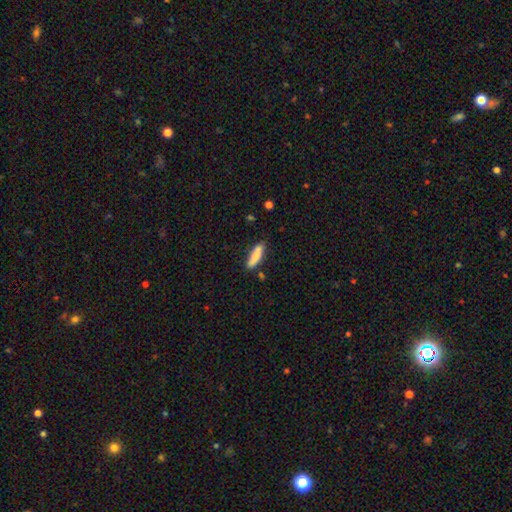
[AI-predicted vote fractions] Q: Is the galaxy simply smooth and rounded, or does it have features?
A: smooth — 79%.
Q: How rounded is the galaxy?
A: cigar-shaped — 68%.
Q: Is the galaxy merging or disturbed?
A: none — 79%.